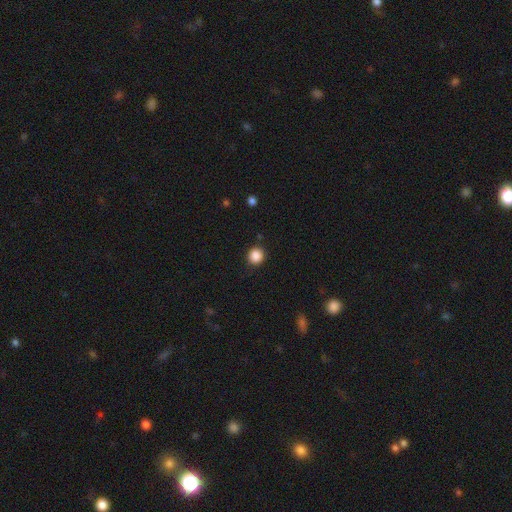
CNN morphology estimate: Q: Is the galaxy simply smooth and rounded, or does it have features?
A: smooth — 87%.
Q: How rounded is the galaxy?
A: round — 90%.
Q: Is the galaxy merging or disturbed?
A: none — 89%.